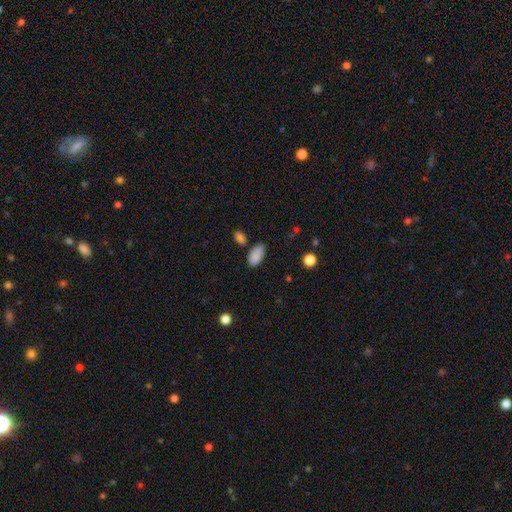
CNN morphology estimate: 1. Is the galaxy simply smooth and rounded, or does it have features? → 86% smooth, 8% star or artifact, 5% featured or disk.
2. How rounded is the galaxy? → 94% in between, 3% round, 3% cigar-shaped.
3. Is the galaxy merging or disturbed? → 70% none, 19% minor disturbance, 7% merger, 4% major disturbance.